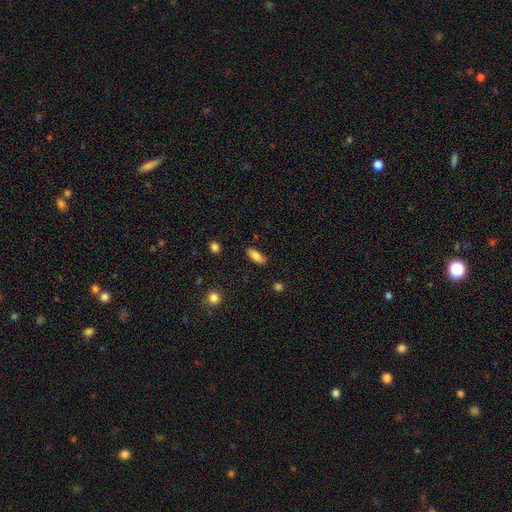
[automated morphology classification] This is clearly a smooth galaxy (80%). How rounded: likely in between (75%). Merging: clearly none (82%).